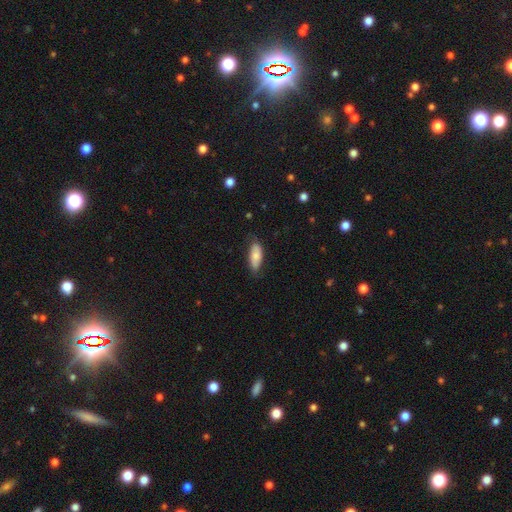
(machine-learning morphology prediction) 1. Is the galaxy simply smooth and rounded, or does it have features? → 77% smooth, 17% featured or disk, 6% star or artifact.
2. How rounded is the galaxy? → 80% in between, 18% cigar-shaped, 2% round.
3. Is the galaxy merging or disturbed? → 73% none, 21% minor disturbance, 4% major disturbance, 1% merger.